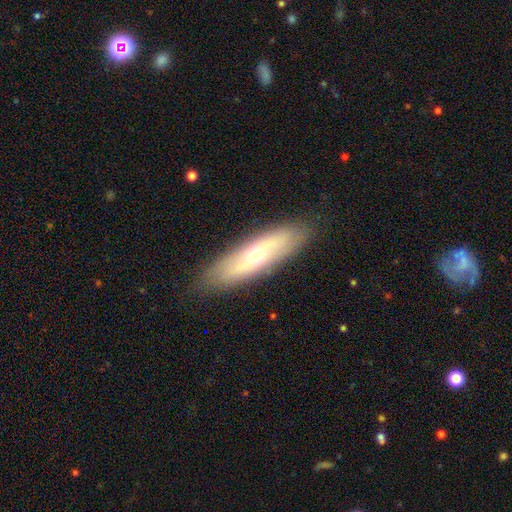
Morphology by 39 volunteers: Volunteers were most divided on "bulge size": moderate: 57%, small: 43%, dominant: 0%, large: 0%, none: 0%. More confident: merging — none (86%); bar — no (79%); edge-on disk — no (67%); spiral arms — no (64%); smooth or featured — featured or disk (54%).